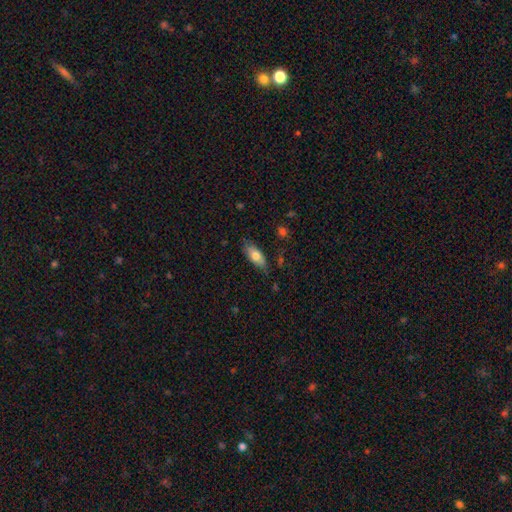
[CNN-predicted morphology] Overall: smooth (73%). How rounded: in between (80%). Merging: none (76%).